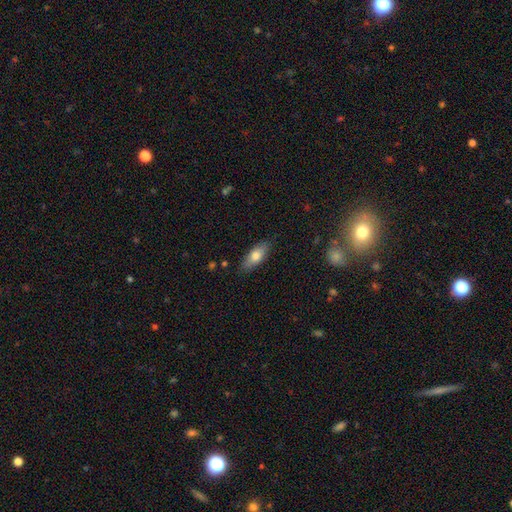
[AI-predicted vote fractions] Morphology: type=smooth (73%); roundness=in between (74%); merging=none (85%).